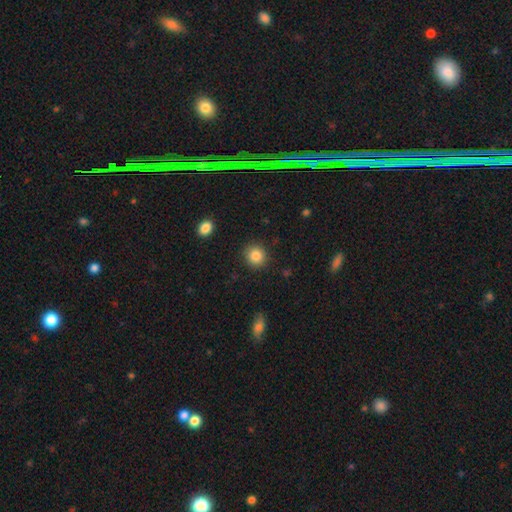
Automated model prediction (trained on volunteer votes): The model was most divided on "smooth or featured": smooth: 85%, star or artifact: 10%, featured or disk: 5%. More confident: merging — none (90%); how rounded — round (88%).